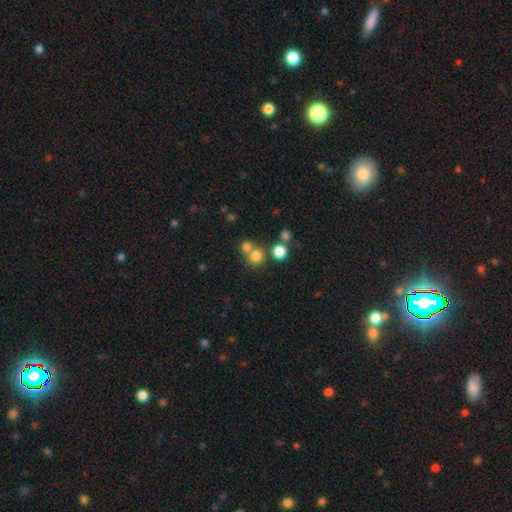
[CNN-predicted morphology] Smooth or featured? smooth (75%)
How rounded? round (88%)
Merging? none (56%)